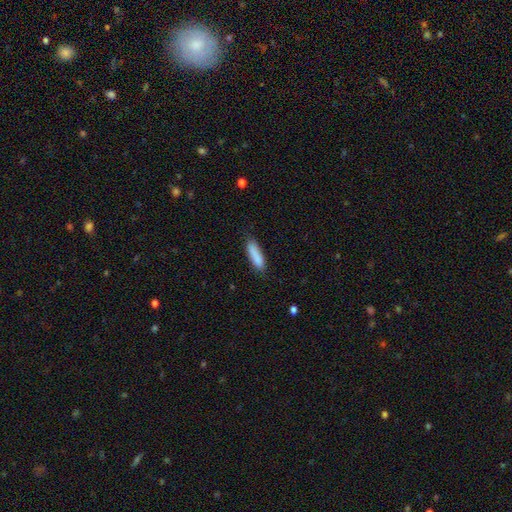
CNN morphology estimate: A smooth galaxy with no disk features (87%) that is cigar-shaped (58%).

Vote fractions:
- Smooth or featured? smooth: 87% / star or artifact: 6% / featured or disk: 6%
- How rounded? cigar-shaped: 58% / in between: 40% / round: 2%
- Merging? none: 79% / minor disturbance: 17% / major disturbance: 3% / merger: 1%